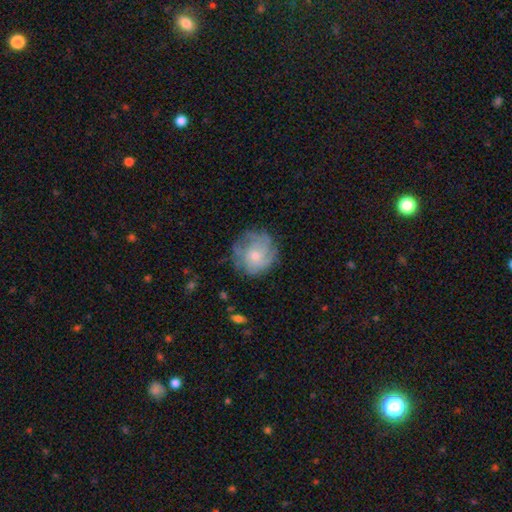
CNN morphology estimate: Q: Smooth or featured?
A: featured or disk (59%); runner-up: smooth (32%)
Q: Edge-on disk?
A: no (97%); runner-up: yes (3%)
Q: Bar?
A: no (79%); runner-up: weak (19%)
Q: Spiral arms?
A: yes (79%); runner-up: no (21%)
Q: Bulge size?
A: small (46%); tied with: moderate (46%)
Q: Merging?
A: none (70%); runner-up: minor disturbance (19%)